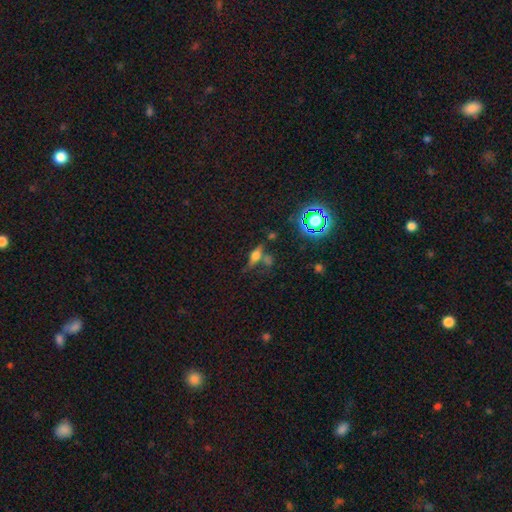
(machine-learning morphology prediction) This appears to be a featured or disk galaxy (44%). Merging: none (58%).